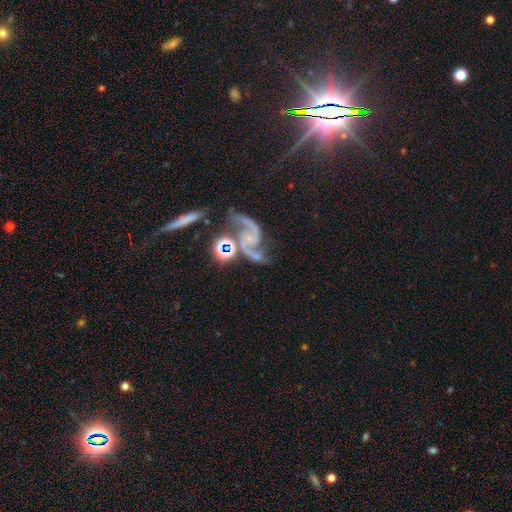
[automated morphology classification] featured or disk 86%, star or artifact 9%, smooth 5%. Down the decision tree: edge-on disk — no (97%); bar — no (57%); spiral arms — yes (97%); spiral arm count — 2 (92%); spiral winding — loose (55%); bulge size — small (56%); merging — none (47%).